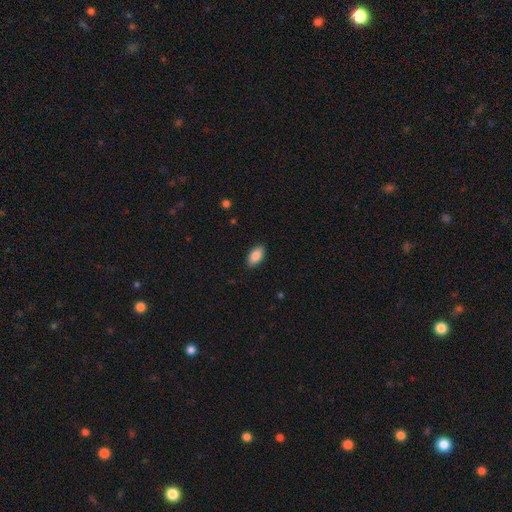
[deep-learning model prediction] This appears to be a smooth galaxy with no disk features (87%) that is in between round and cigar-shaped (92%). Merging: none (87%).